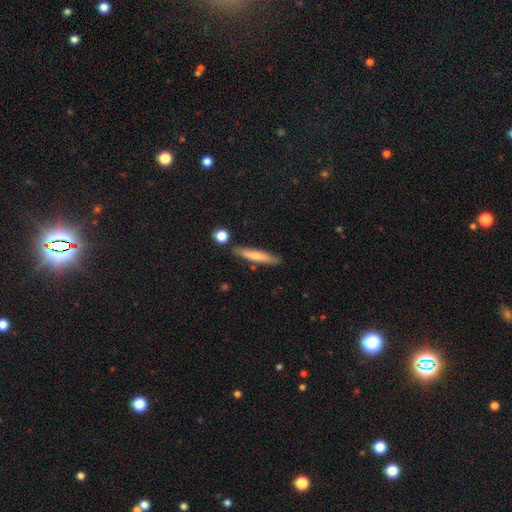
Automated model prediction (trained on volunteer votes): Overall: smooth (68%). How rounded: cigar-shaped (90%). Merging: none (82%).